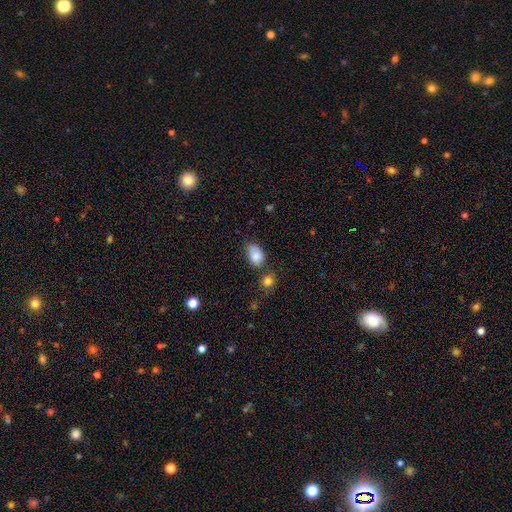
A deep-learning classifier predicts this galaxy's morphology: smooth 83%, featured or disk 9%, star or artifact 8%. Down the decision tree: how rounded — in between (84%); merging — none (49%).